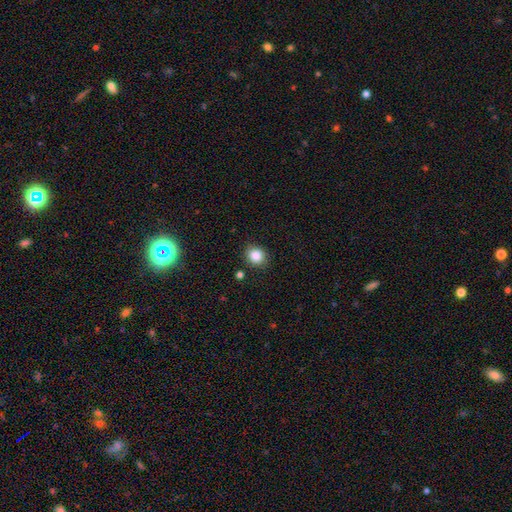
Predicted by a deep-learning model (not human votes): A smooth galaxy with no disk features (86%) that is round (74%).

Vote fractions:
- Smooth or featured? smooth: 86% / star or artifact: 10% / featured or disk: 4%
- How rounded? round: 74% / in between: 25% / cigar-shaped: 1%
- Merging? none: 85% / minor disturbance: 10% / major disturbance: 3% / merger: 2%